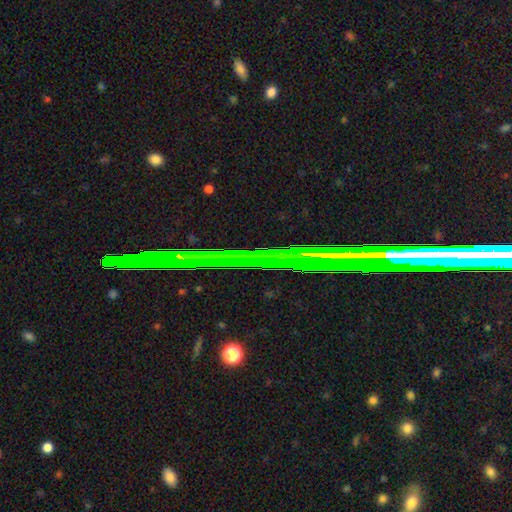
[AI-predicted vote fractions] Q: Smooth or featured?
A: star or artifact (74%); runner-up: featured or disk (16%)